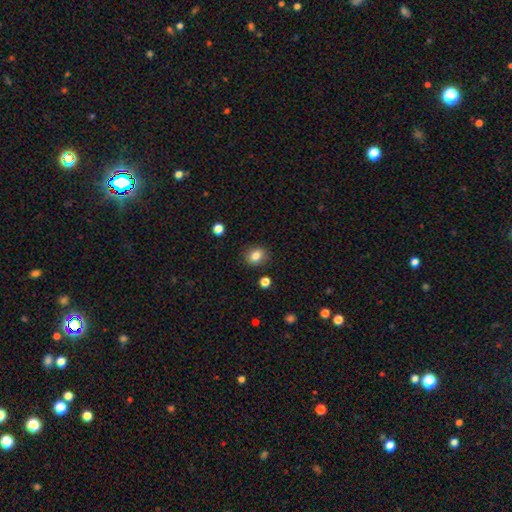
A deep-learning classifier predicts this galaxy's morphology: smooth 83%, star or artifact 10%, featured or disk 7%. Down the decision tree: how rounded — round (64%); merging — none (86%).